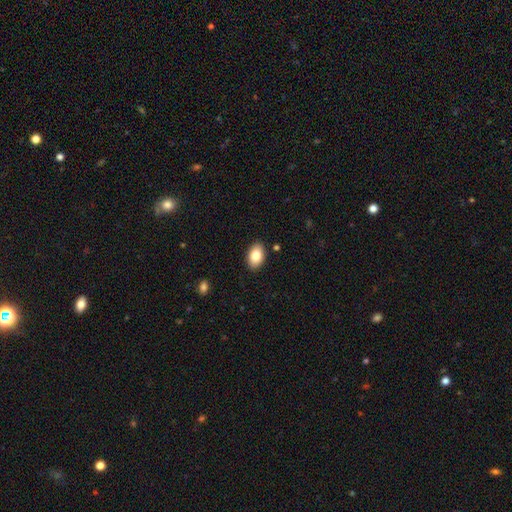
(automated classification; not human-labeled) Smooth or featured?
  - smooth: 83% *
  - featured or disk: 10%
  - star or artifact: 7%
How rounded?
  - in between: 91% *
  - round: 8%
  - cigar-shaped: 1%
Merging?
  - none: 89% *
  - minor disturbance: 8%
  - major disturbance: 2%
  - merger: 1%